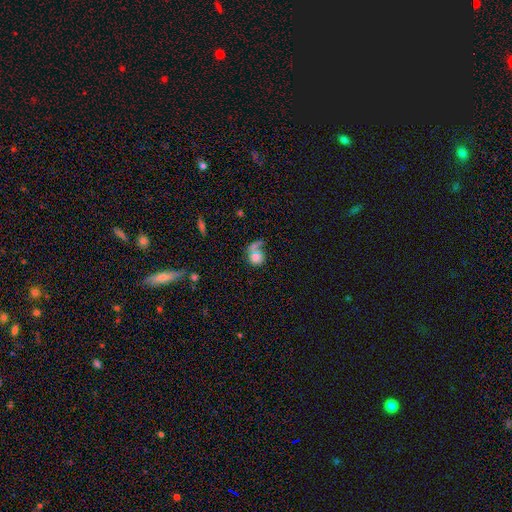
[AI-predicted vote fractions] Smooth or featured? Predicted: smooth (p=0.68). How rounded? Predicted: round (p=0.70). Merging? Predicted: none (p=0.34).